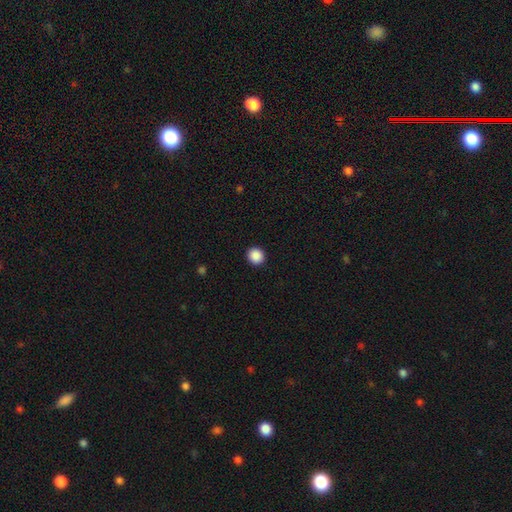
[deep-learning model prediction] smooth 89%, star or artifact 9%, featured or disk 2%. Down the decision tree: how rounded — round (91%); merging — none (93%).